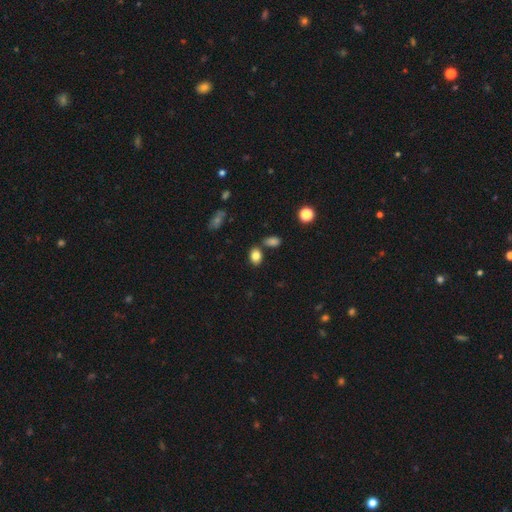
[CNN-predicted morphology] Smooth or featured?
  - smooth: 84% *
  - star or artifact: 10%
  - featured or disk: 6%
How rounded?
  - in between: 75% *
  - round: 23%
  - cigar-shaped: 1%
Merging?
  - none: 71% *
  - minor disturbance: 13%
  - merger: 13%
  - major disturbance: 4%